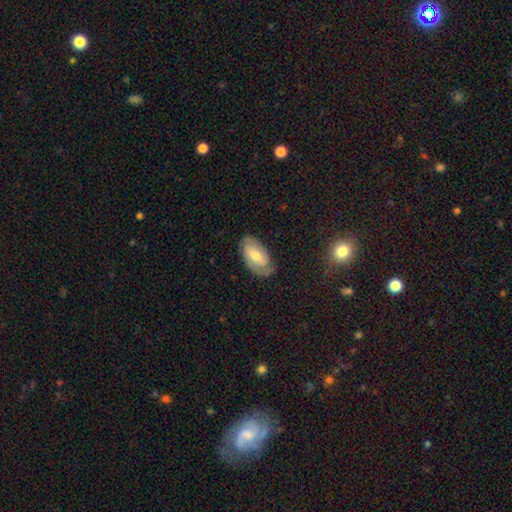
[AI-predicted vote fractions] A featured or disk galaxy (63%) with a weak bar (44%), 2 (61%) tight (52%) spiral arms (86%) and a moderate central bulge (59%).

Vote fractions:
- Smooth or featured? featured or disk: 63% / smooth: 31% / star or artifact: 6%
- Edge-on disk? no: 94% / yes: 6%
- Bar? weak: 44% / no: 41% / strong: 15%
- Spiral arms? yes: 86% / no: 14%
- Spiral winding? tight: 52% / medium: 36% / loose: 12%
- Spiral arm count? 2: 61% / can't tell: 22% / 1: 10% / 3: 4% / 4: 1% / more than 4: 1%
- Bulge size? moderate: 59% / small: 31% / large: 7% / none: 2% / dominant: 1%
- Merging? none: 73% / minor disturbance: 19% / major disturbance: 7% / merger: 1%